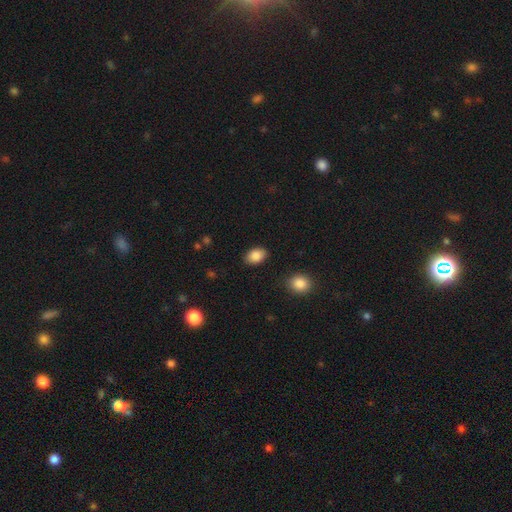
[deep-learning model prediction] This appears to be a smooth galaxy with no disk features (87%) that is in between round and cigar-shaped (84%). Merging: none (87%).